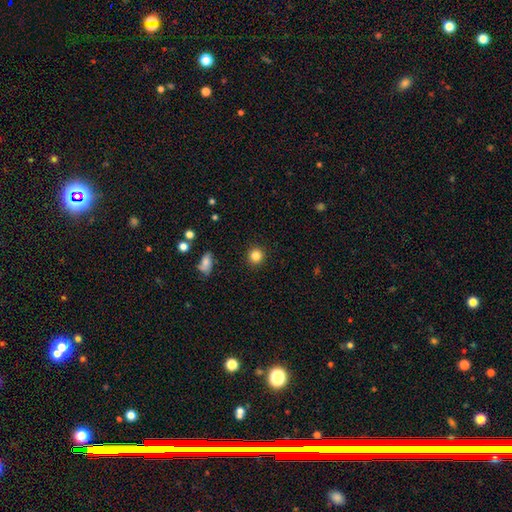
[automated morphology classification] type=smooth (85%); roundness=round (91%); merging=none (91%).